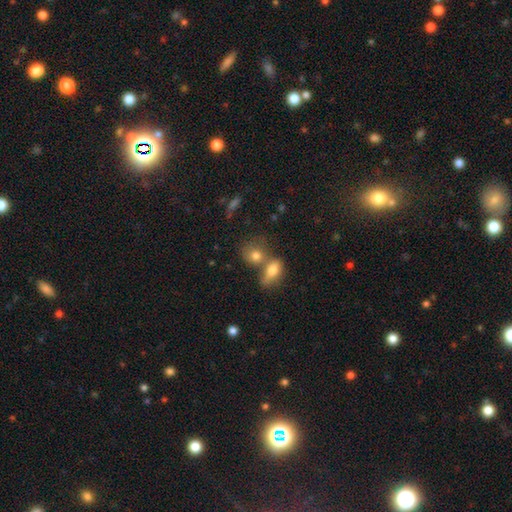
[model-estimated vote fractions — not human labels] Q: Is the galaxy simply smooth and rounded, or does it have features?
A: smooth — 78%.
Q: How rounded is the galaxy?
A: round — 52%.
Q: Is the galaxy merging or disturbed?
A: merger — 50%.